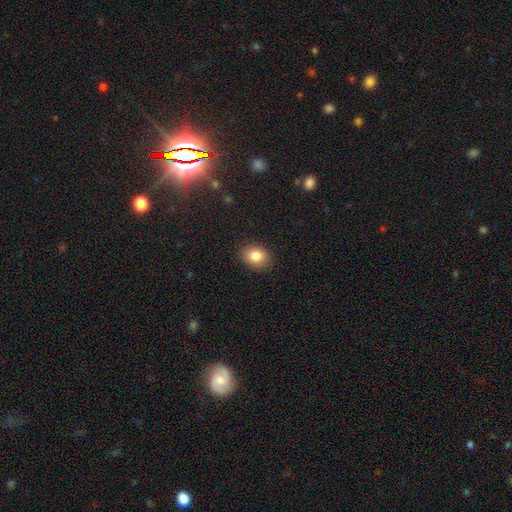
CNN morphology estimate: Smooth or featured? Predicted: smooth (p=0.84). How rounded? Predicted: in between (p=0.61). Merging? Predicted: none (p=0.87).